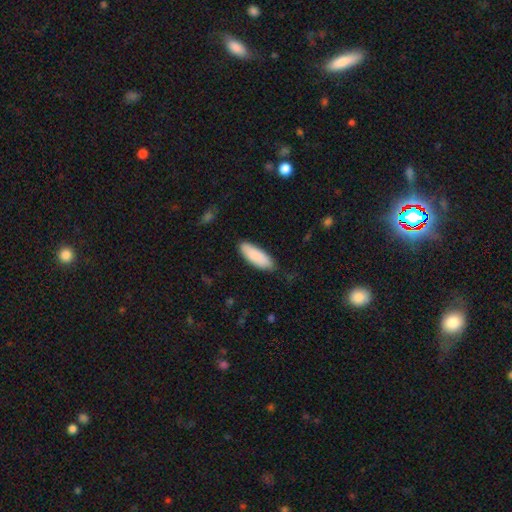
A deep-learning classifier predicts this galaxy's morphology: This is clearly a smooth galaxy (87%). How rounded: likely in between (67%). Merging: likely none (79%).